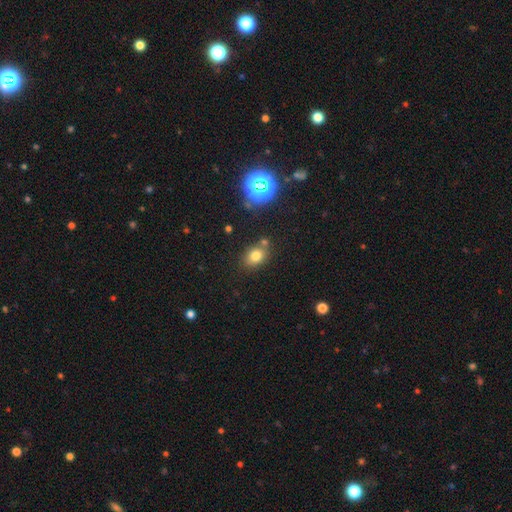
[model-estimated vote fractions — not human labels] A smooth galaxy with no disk features (74%) that is in between round and cigar-shaped (59%).

Vote fractions:
- Smooth or featured? smooth: 74% / star or artifact: 16% / featured or disk: 9%
- How rounded? in between: 59% / round: 39% / cigar-shaped: 1%
- Merging? none: 70% / merger: 13% / minor disturbance: 13% / major disturbance: 4%